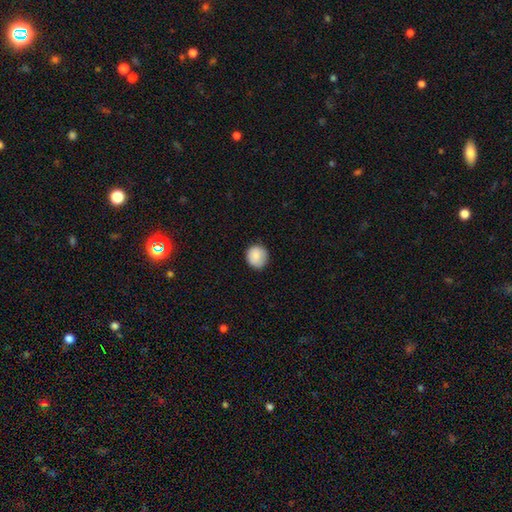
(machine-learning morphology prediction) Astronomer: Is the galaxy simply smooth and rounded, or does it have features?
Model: smooth — 85%.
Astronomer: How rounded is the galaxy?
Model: round — 92%.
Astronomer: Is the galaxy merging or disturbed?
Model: none — 84%.